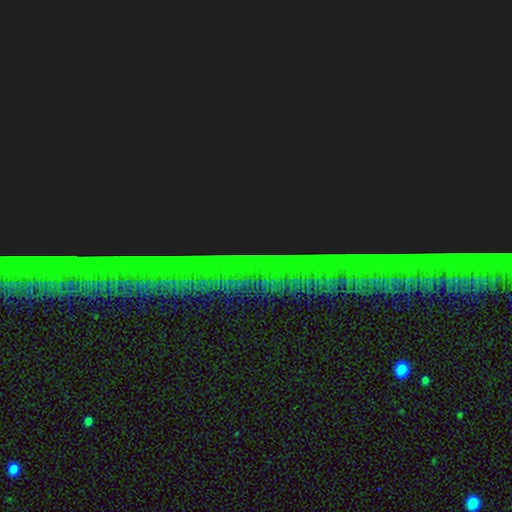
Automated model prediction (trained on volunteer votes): Q: Smooth or featured?
A: star or artifact (88%); runner-up: featured or disk (7%)